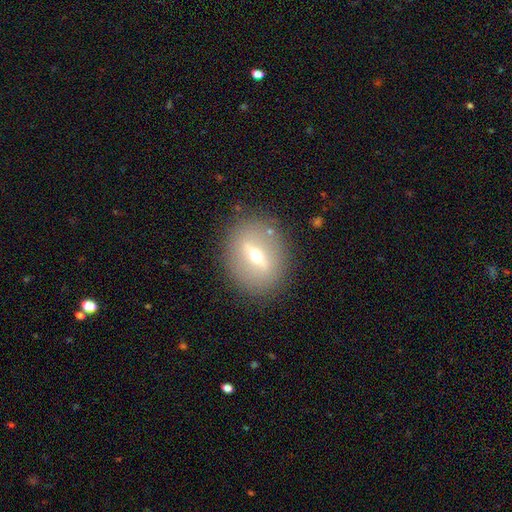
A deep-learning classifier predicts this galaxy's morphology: Smooth or featured? featured or disk (59%)
Edge-on disk? no (59%)
Merging? none (85%)